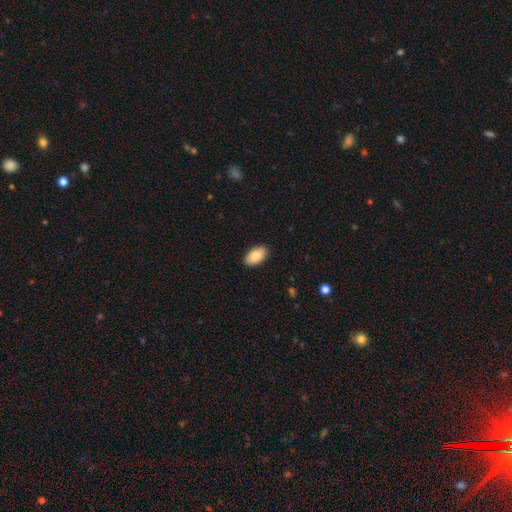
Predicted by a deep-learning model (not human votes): Q: Smooth or featured?
A: smooth (87%); runner-up: featured or disk (7%)
Q: How rounded?
A: in between (95%); runner-up: round (4%)
Q: Merging?
A: none (88%); runner-up: minor disturbance (9%)